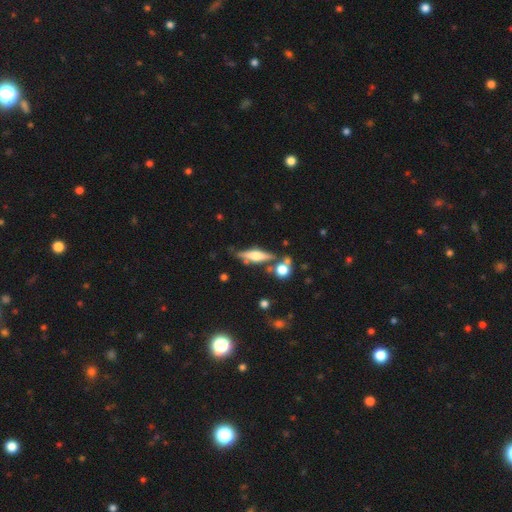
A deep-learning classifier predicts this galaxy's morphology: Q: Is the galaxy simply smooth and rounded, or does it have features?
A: featured or disk — 63%.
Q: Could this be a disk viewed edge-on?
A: yes — 94%.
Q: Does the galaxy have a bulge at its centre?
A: rounded — 86%.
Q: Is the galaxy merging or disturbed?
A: none — 74%.